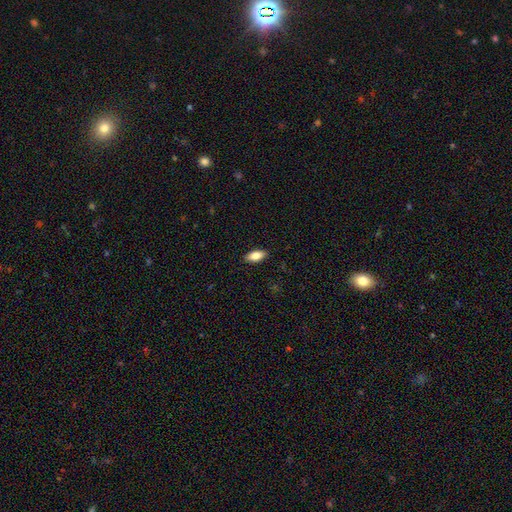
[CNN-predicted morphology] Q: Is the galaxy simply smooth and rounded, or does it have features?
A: smooth — 79%.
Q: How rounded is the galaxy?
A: in between — 85%.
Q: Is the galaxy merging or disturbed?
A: none — 89%.